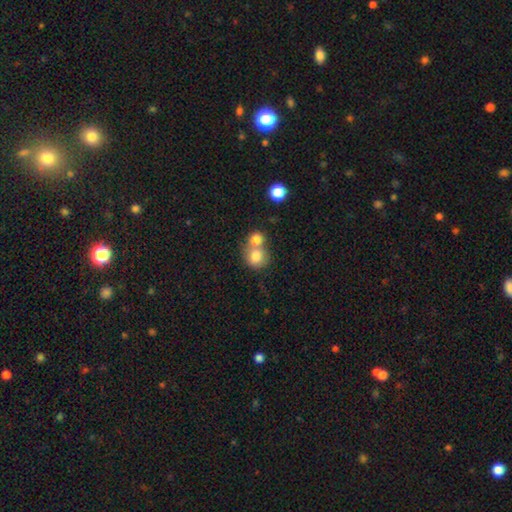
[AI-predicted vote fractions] smooth-or-featured: smooth: 79% | featured or disk: 12% | star or artifact: 9%
  how-rounded: round: 80% | in between: 20% | cigar-shaped: 1%
  merging: merger: 56% | none: 34% | minor disturbance: 7% | major disturbance: 3%